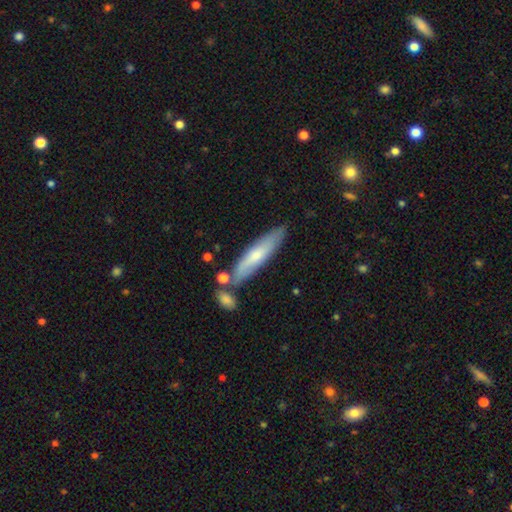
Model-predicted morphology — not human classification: Smooth or featured?
  - smooth: 57% *
  - featured or disk: 37%
  - star or artifact: 6%
How rounded?
  - cigar-shaped: 78% *
  - in between: 21%
  - round: 1%
Merging?
  - none: 70% *
  - minor disturbance: 15%
  - merger: 12%
  - major disturbance: 3%